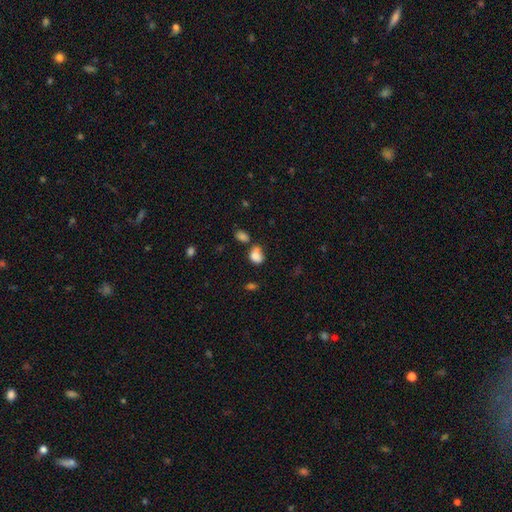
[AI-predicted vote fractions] Smooth or featured? Predicted: smooth (p=0.83). How rounded? Predicted: in between (p=0.71). Merging? Predicted: none (p=0.39).